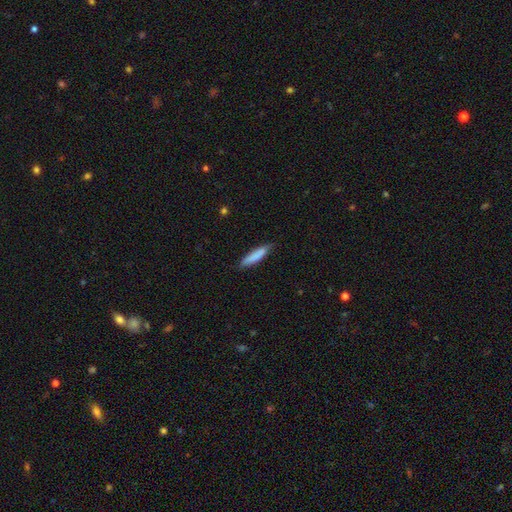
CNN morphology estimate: Overall: smooth (82%). How rounded: cigar-shaped (83%). Merging: none (79%).